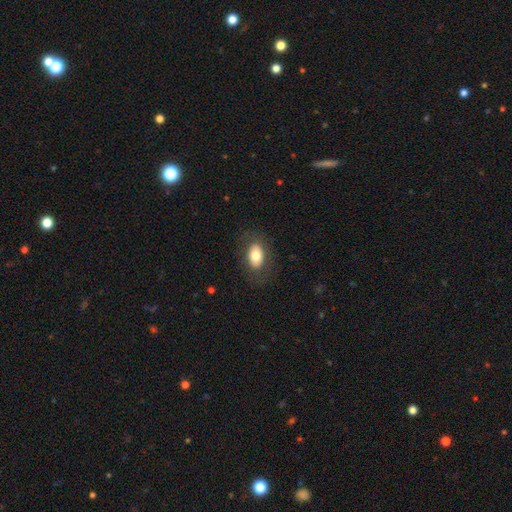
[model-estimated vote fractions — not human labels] The model was most divided on "smooth or featured": smooth: 75%, featured or disk: 18%, star or artifact: 7%. More confident: how rounded — in between (86%); merging — none (80%).